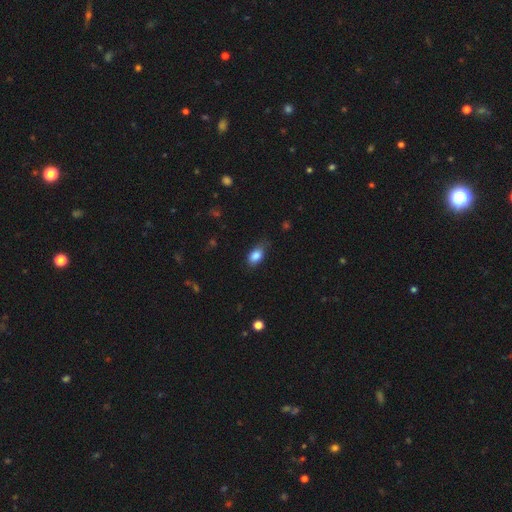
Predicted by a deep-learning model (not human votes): This is clearly a smooth galaxy (86%). How rounded: clearly in between (89%). Merging: likely none (66%).